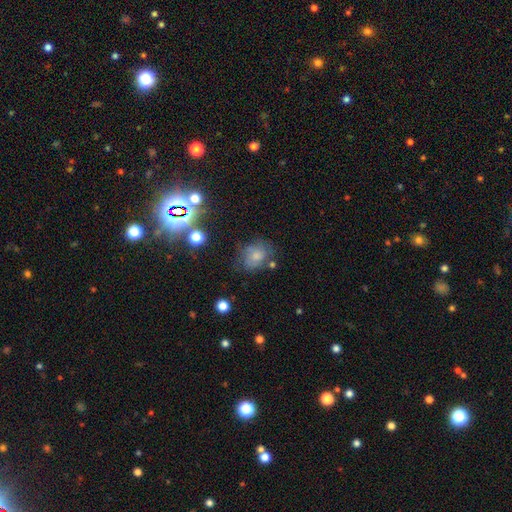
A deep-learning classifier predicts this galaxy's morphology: Smooth or featured? Predicted: smooth (p=0.66). How rounded? Predicted: in between (p=0.54). Merging? Predicted: none (p=0.54).